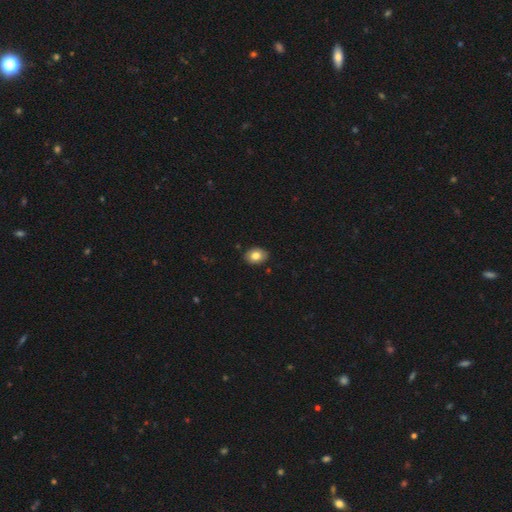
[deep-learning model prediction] This is clearly a smooth galaxy (80%). How rounded: likely in between (71%). Merging: clearly none (88%).